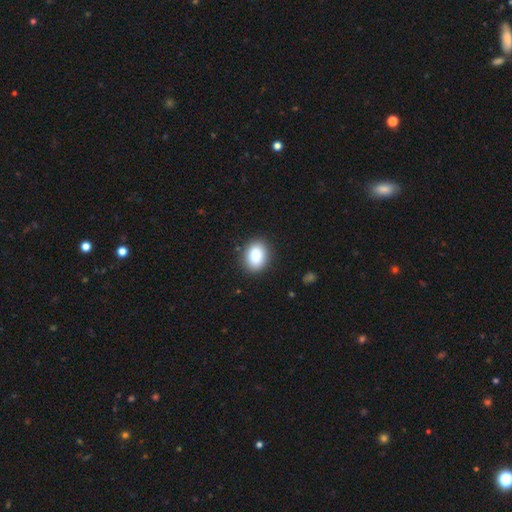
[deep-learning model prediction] smooth-or-featured: smooth: 88% | star or artifact: 7% | featured or disk: 5%
  how-rounded: in between: 68% | round: 31% | cigar-shaped: 1%
  merging: none: 86% | minor disturbance: 10% | major disturbance: 3% | merger: 1%